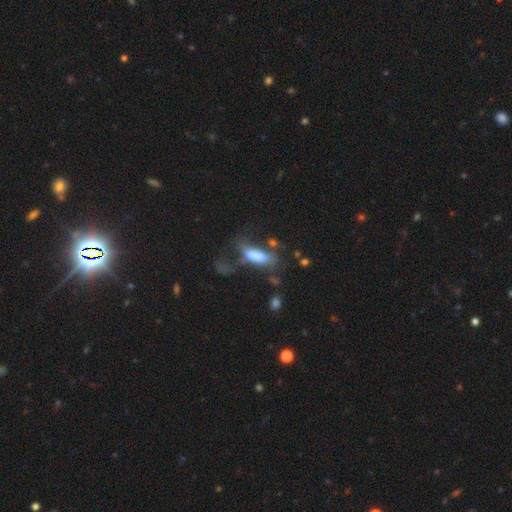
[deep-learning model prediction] Q: Smooth or featured?
A: smooth (61%); runner-up: featured or disk (28%)
Q: How rounded?
A: in between (67%); runner-up: cigar-shaped (31%)
Q: Merging?
A: major disturbance (48%); runner-up: none (22%)